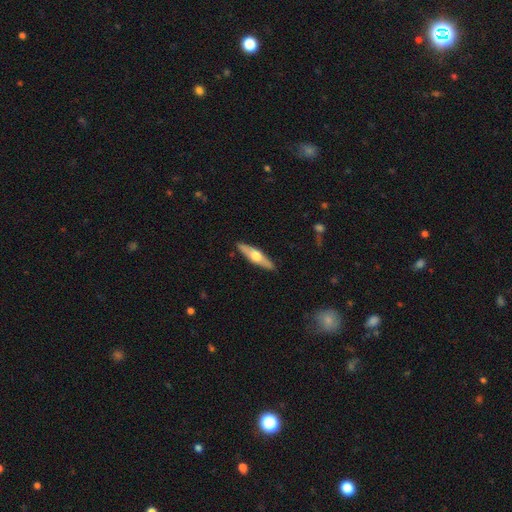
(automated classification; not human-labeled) featured or disk 55%, smooth 40%, star or artifact 5%. Down the decision tree: edge-on disk — yes (91%); edge-on bulge — rounded (93%); merging — none (89%).